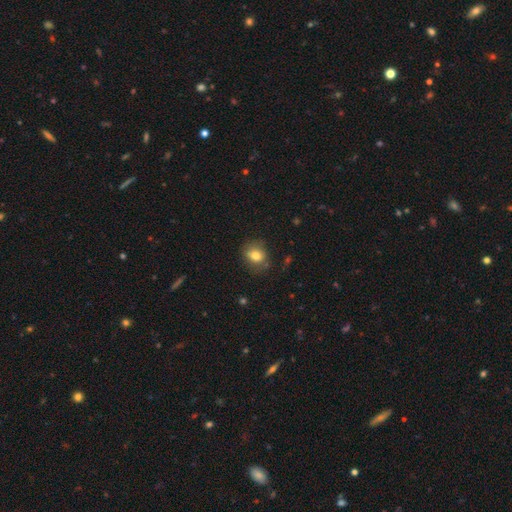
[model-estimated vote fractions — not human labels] Smooth or featured? Predicted: smooth (p=0.77). How rounded? Predicted: round (p=0.56). Merging? Predicted: none (p=0.74).